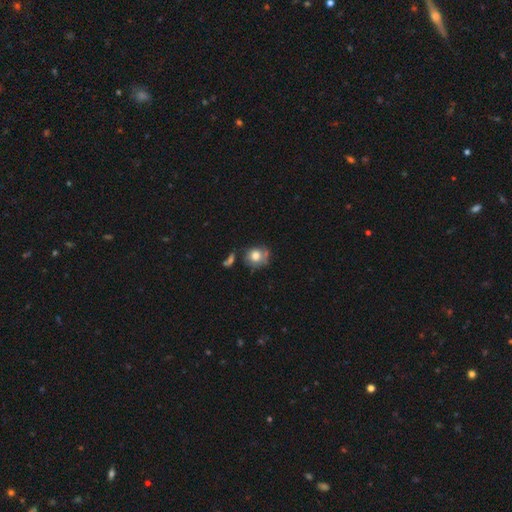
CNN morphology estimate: smooth-or-featured: smooth: 71% | featured or disk: 19% | star or artifact: 10%
  how-rounded: round: 77% | in between: 22% | cigar-shaped: 1%
  merging: none: 52% | minor disturbance: 24% | merger: 12% | major disturbance: 11%